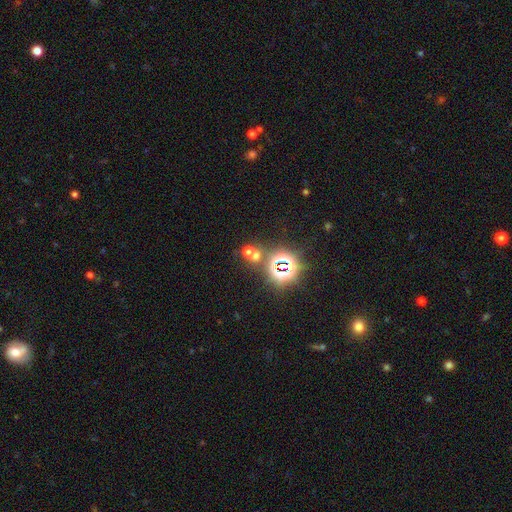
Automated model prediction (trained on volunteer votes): This is possibly a star or artifact rather than a galaxy (46%).